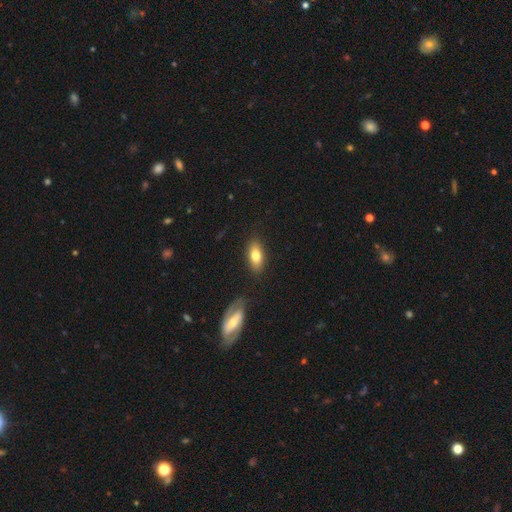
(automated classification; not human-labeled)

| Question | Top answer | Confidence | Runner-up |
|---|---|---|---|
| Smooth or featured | smooth | 74% | featured or disk (19%) |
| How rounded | in between | 85% | cigar-shaped (10%) |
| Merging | none | 83% | minor disturbance (11%) |